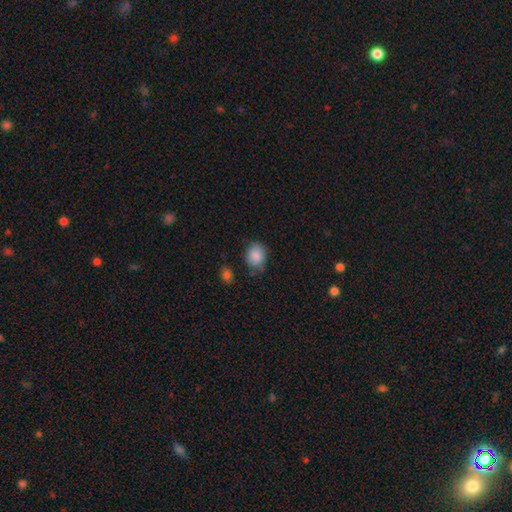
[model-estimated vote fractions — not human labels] A smooth galaxy with no disk features (87%) that is round (54%).

Vote fractions:
- Smooth or featured? smooth: 87% / star or artifact: 8% / featured or disk: 5%
- How rounded? round: 54% / in between: 45% / cigar-shaped: 1%
- Merging? none: 69% / minor disturbance: 24% / major disturbance: 5% / merger: 3%